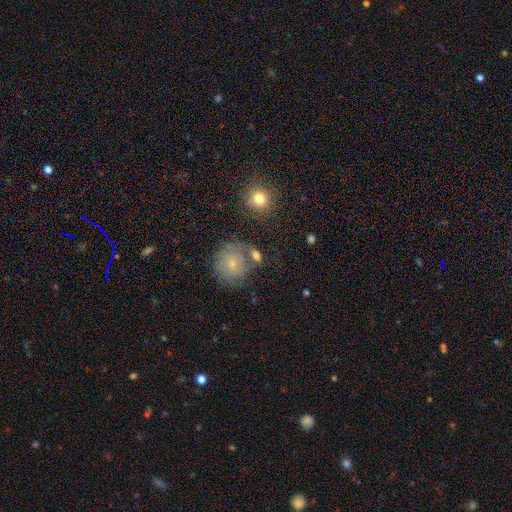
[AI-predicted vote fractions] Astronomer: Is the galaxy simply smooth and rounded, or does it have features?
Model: smooth — 54% (runner-up: featured or disk, 30%).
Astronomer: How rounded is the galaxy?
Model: round — 83%.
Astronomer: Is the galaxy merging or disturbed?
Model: none — 62%.